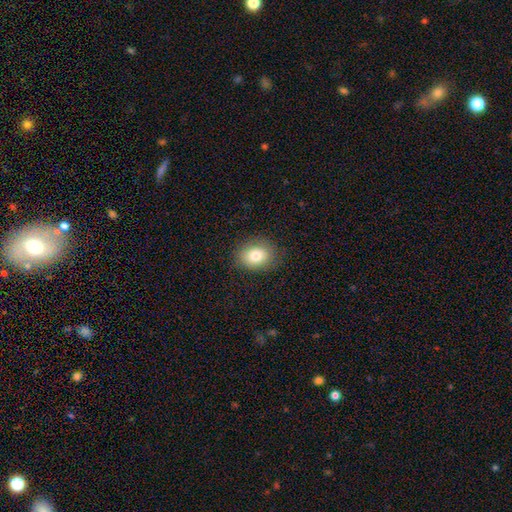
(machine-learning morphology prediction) Smooth or featured: smooth — 79% (featured or disk — 11%)
How rounded: in between — 56% (round — 44%)
Merging: none — 83% (minor disturbance — 13%)